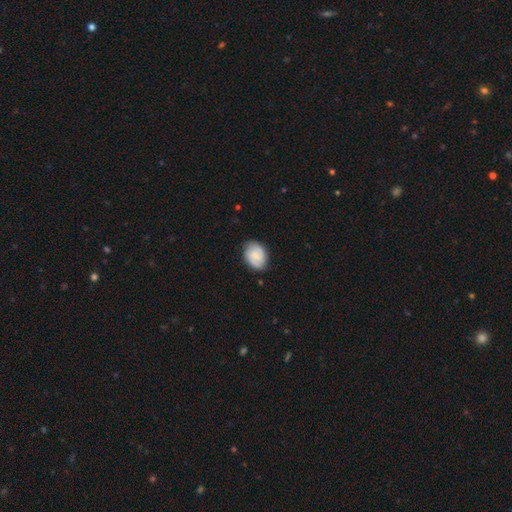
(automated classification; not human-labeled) smooth_or_featured: featured or disk (p=0.49) [alt: smooth p=0.44]
merging: none (p=0.81) [alt: minor disturbance p=0.15]